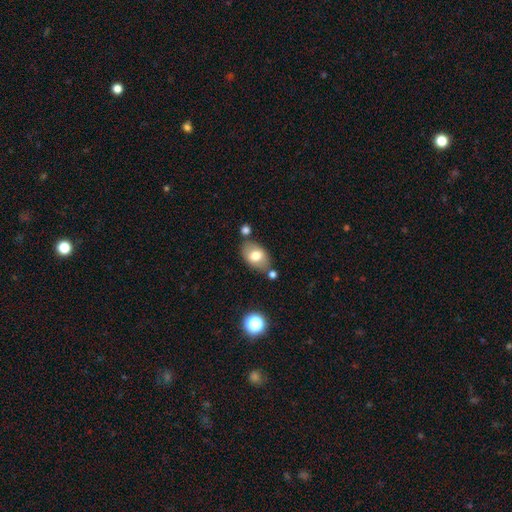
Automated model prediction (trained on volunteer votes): The model was most divided on "smooth or featured": smooth: 73%, featured or disk: 19%, star or artifact: 8%. More confident: how rounded — in between (87%); merging — none (70%).